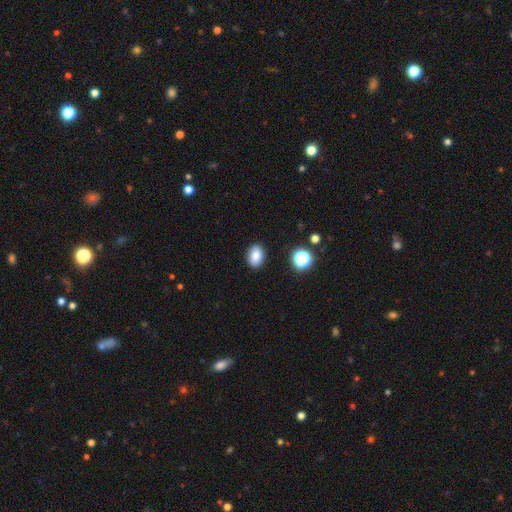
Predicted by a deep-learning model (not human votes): Q: Smooth or featured?
A: smooth (82%); runner-up: star or artifact (11%)
Q: How rounded?
A: in between (82%); runner-up: round (17%)
Q: Merging?
A: none (88%); runner-up: minor disturbance (9%)